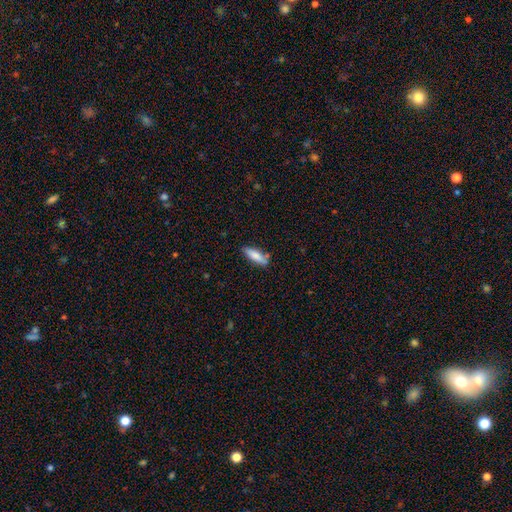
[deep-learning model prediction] Smooth or featured?
  - smooth: 78% *
  - featured or disk: 16%
  - star or artifact: 6%
How rounded?
  - cigar-shaped: 55% *
  - in between: 43%
  - round: 2%
Merging?
  - none: 77% *
  - minor disturbance: 16%
  - merger: 4%
  - major disturbance: 3%